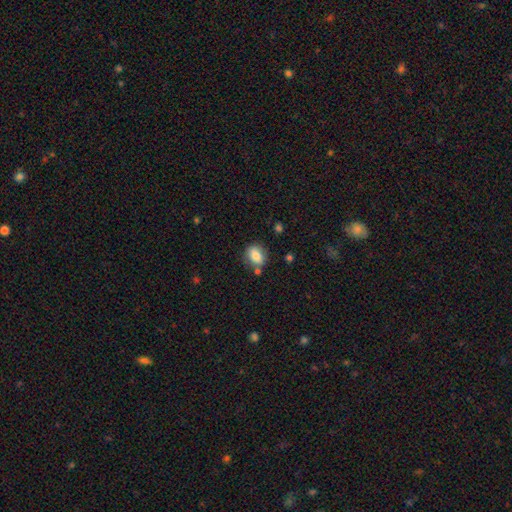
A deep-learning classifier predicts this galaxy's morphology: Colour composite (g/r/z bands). It shows a smooth galaxy with no disk features (81%) that is in between round and cigar-shaped (62%). Merging: none (73%).